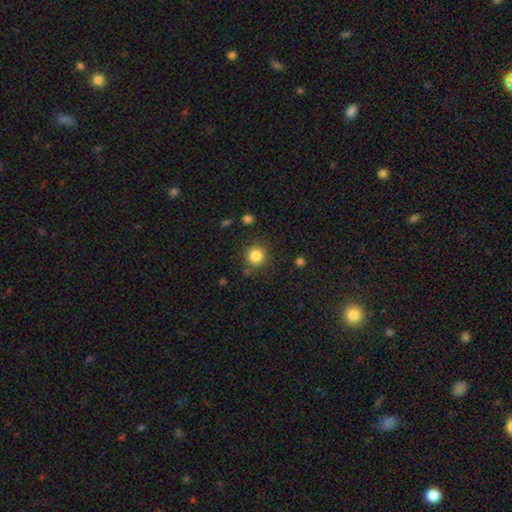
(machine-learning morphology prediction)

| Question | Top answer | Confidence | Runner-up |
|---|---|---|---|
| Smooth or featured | smooth | 84% | star or artifact (11%) |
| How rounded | round | 93% | in between (6%) |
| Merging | none | 85% | minor disturbance (9%) |